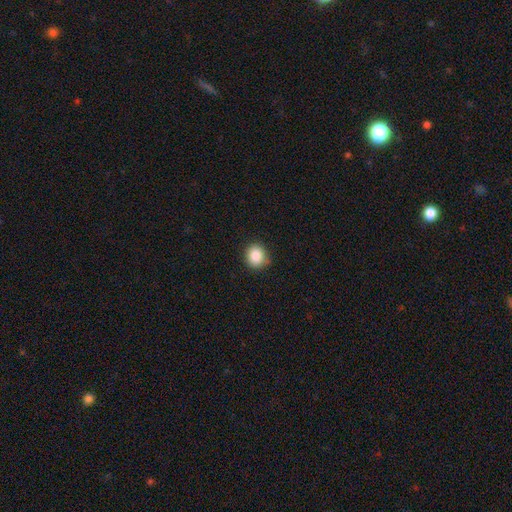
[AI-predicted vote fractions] smooth-or-featured: smooth: 87% | star or artifact: 9% | featured or disk: 4%
  how-rounded: round: 82% | in between: 17% | cigar-shaped: 1%
  merging: none: 85% | minor disturbance: 11% | major disturbance: 2% | merger: 1%